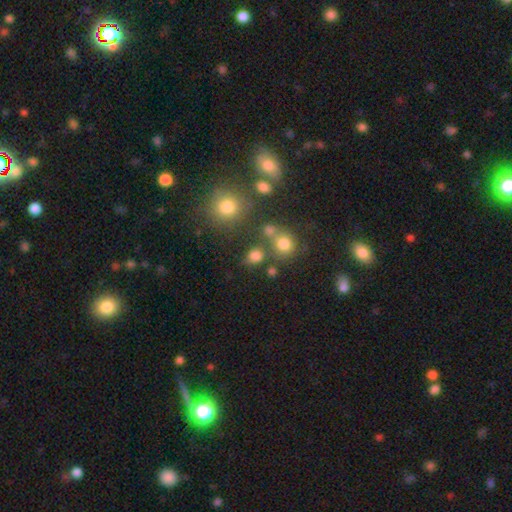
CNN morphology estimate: smooth 76%, star or artifact 17%, featured or disk 7%. Down the decision tree: how rounded — round (71%); merging — none (68%).